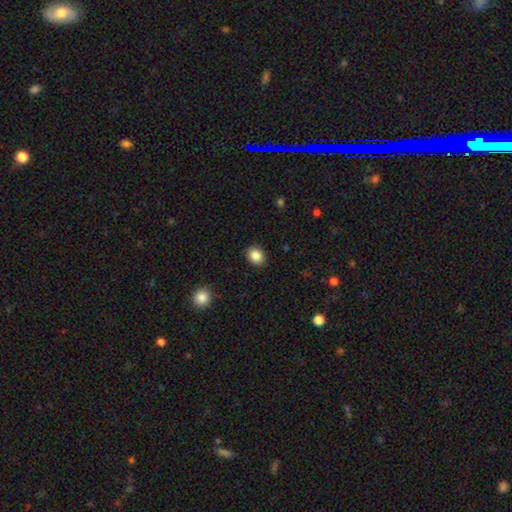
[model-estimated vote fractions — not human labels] Smooth or featured? smooth (87%)
How rounded? round (58%)
Merging? none (89%)